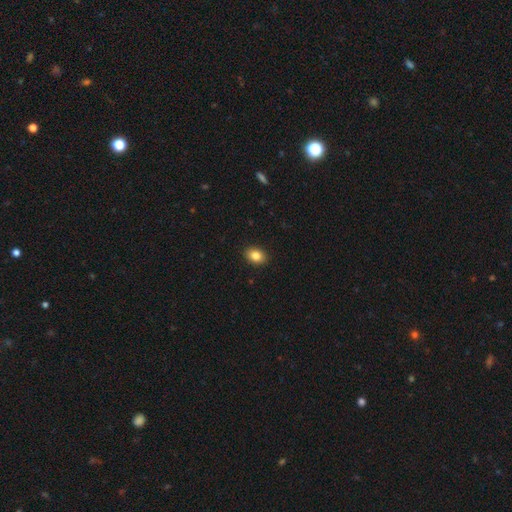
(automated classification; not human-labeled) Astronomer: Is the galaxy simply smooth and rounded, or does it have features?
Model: smooth — 85%.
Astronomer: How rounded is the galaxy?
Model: in between — 72%.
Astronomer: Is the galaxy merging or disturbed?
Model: none — 91%.